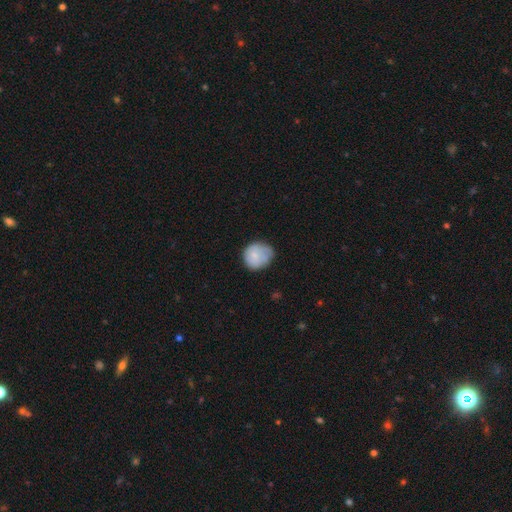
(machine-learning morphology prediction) Q: Smooth or featured?
A: smooth (71%); runner-up: featured or disk (21%)
Q: How rounded?
A: round (74%); runner-up: in between (25%)
Q: Merging?
A: none (56%); runner-up: minor disturbance (33%)